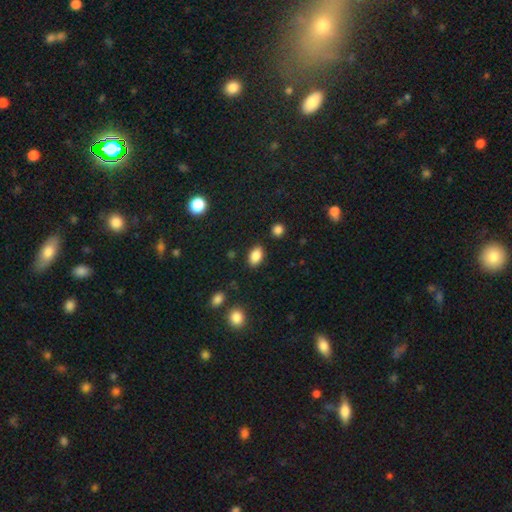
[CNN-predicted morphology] A smooth galaxy with no disk features (87%) that is in between round and cigar-shaped (87%). Merging: none (85%).